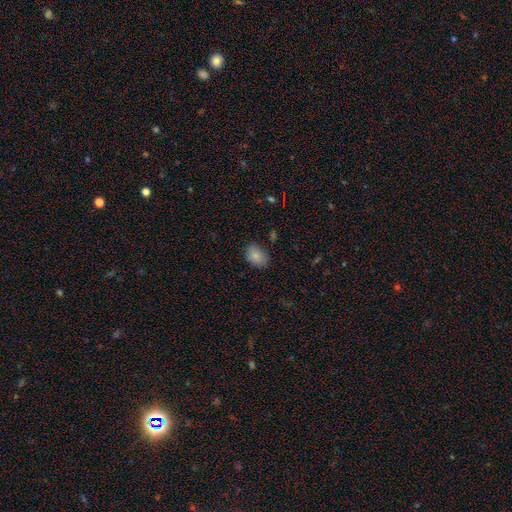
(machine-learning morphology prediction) Overall: smooth (85%). How rounded: in between (81%). Merging: none (80%).